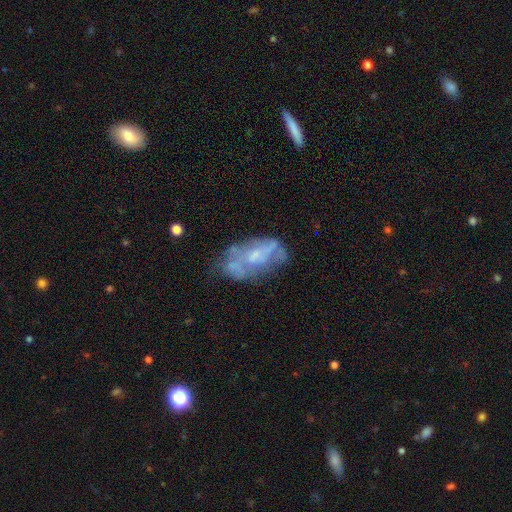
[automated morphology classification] type=featured or disk (63%); edge-on=no (93%); bar=no (72%); spiral arms=no (66%); bulge=small (45%); merging=none (45%).